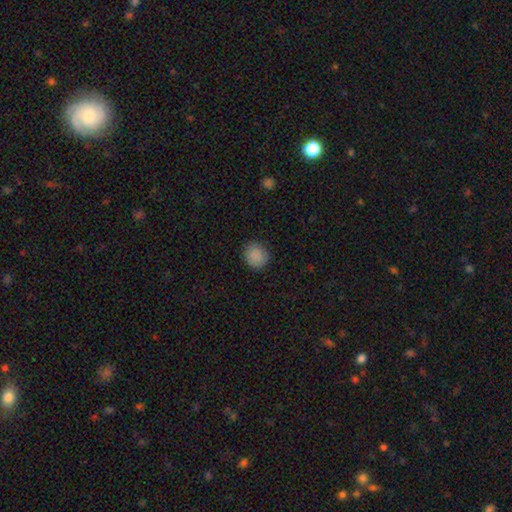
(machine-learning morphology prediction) A smooth galaxy with no disk features (88%) that is round (85%). Merging: none (87%).